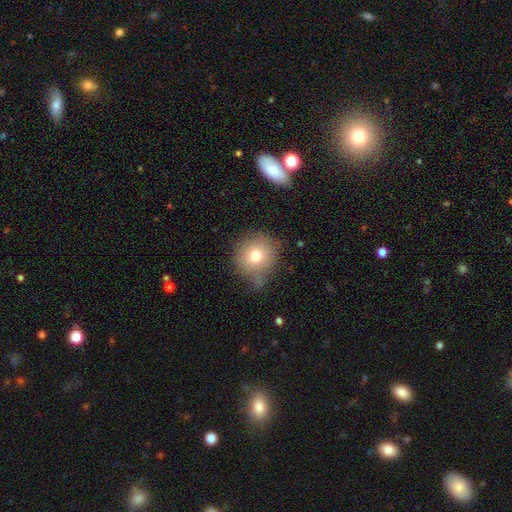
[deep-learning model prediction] Smooth or featured: smooth — 75% (featured or disk — 13%)
How rounded: round — 88% (in between — 11%)
Merging: none — 67% (minor disturbance — 22%)